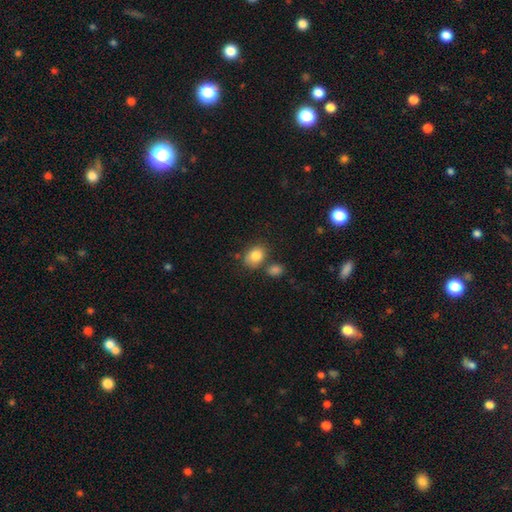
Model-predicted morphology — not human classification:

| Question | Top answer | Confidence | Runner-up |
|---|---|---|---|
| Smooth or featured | smooth | 83% | star or artifact (9%) |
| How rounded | in between | 64% | round (35%) |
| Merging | none | 67% | merger (15%) |